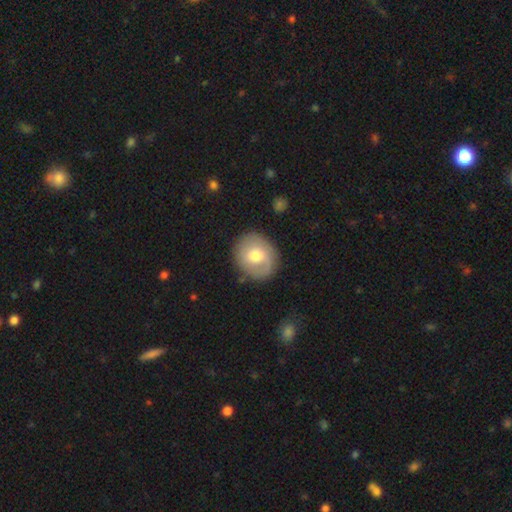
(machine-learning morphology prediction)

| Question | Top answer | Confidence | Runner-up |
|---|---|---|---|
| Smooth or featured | smooth | 59% | featured or disk (34%) |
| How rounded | round | 70% | in between (29%) |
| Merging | none | 80% | minor disturbance (14%) |